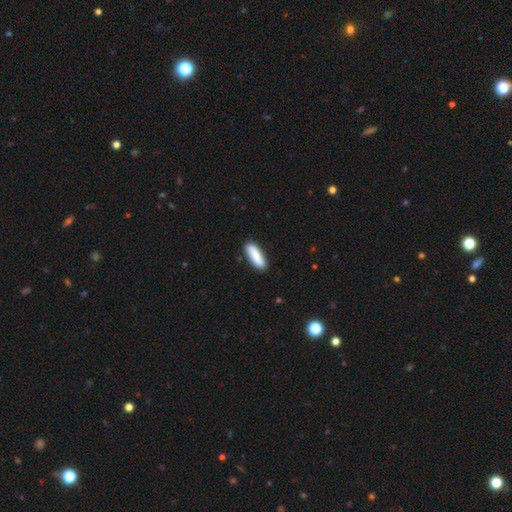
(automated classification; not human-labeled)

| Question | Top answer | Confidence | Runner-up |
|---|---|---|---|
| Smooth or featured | smooth | 79% | featured or disk (16%) |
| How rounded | cigar-shaped | 49% | tied: in between (49%) |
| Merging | none | 86% | minor disturbance (11%) |